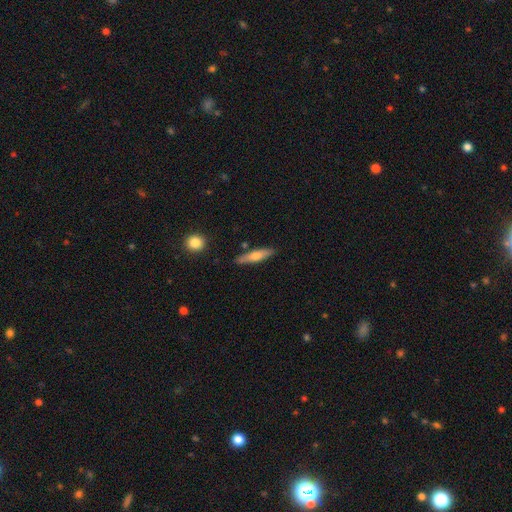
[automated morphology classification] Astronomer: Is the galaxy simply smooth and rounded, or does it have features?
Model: smooth — 60%.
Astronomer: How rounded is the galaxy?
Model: cigar-shaped — 77%.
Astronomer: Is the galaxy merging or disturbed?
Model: none — 83%.